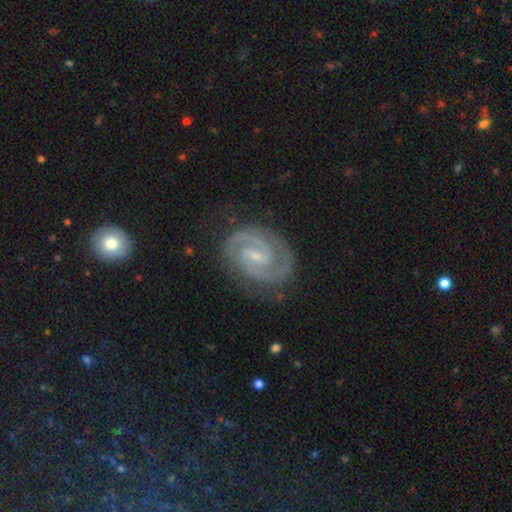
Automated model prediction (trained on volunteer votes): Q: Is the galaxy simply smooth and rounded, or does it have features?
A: featured or disk — 93%.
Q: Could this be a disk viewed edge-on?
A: no — 98%.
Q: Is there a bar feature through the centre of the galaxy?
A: weak — 53%.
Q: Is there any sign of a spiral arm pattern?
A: yes — 99%.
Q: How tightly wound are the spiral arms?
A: tight — 55%.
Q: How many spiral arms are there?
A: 2 — 92%.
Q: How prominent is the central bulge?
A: small — 70%.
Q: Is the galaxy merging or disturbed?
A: none — 83%.